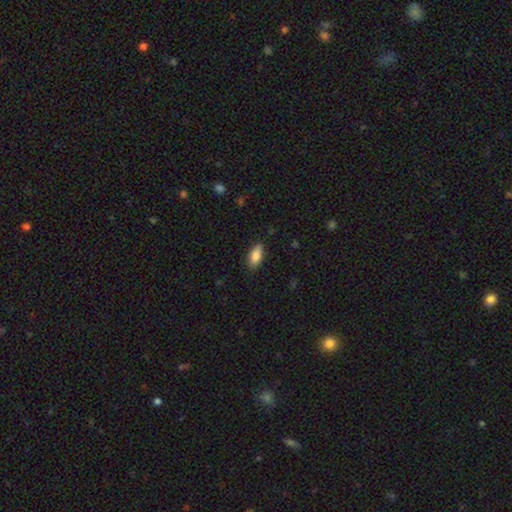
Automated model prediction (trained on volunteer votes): smooth 84%, featured or disk 9%, star or artifact 7%. Down the decision tree: how rounded — in between (83%); merging — none (84%).